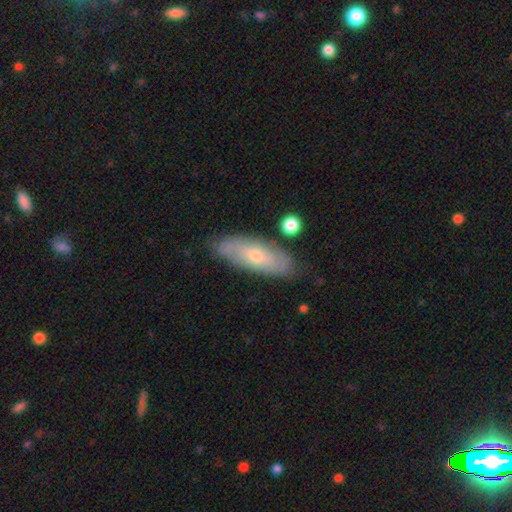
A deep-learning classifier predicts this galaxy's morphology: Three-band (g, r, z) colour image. It shows a smooth galaxy with no disk features (47%). Merging: none (79%).